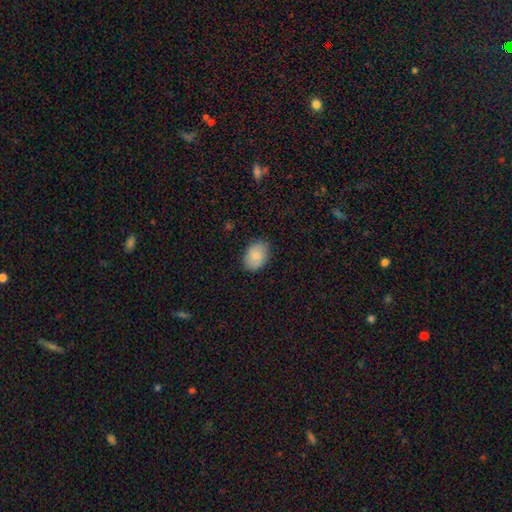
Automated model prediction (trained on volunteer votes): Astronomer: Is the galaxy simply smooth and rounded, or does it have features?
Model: smooth — 84%.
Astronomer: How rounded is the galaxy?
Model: in between — 78%.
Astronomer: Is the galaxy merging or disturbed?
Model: none — 85%.